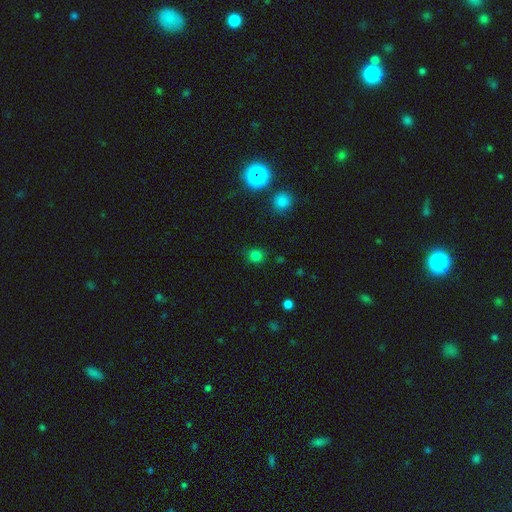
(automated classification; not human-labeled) Q: Smooth or featured?
A: smooth (78%); runner-up: star or artifact (18%)
Q: How rounded?
A: round (86%); runner-up: in between (13%)
Q: Merging?
A: none (86%); runner-up: minor disturbance (9%)